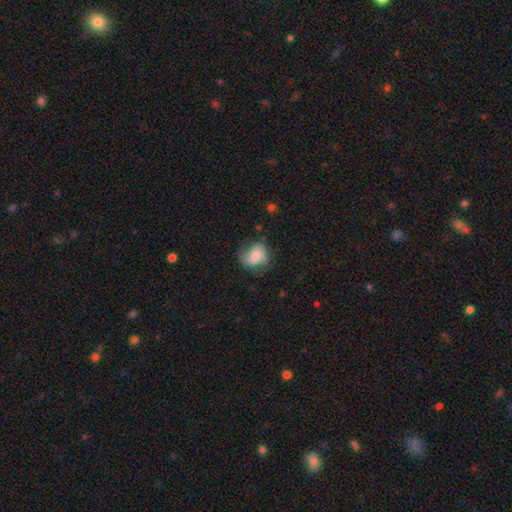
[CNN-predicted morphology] This is possibly a smooth galaxy (53%). How rounded: possibly round (52%). Merging: possibly none (58%).